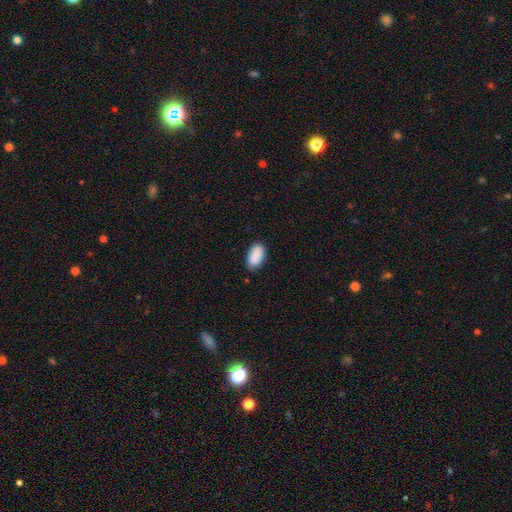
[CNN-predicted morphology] Smooth or featured? smooth (90%)
How rounded? in between (95%)
Merging? none (80%)